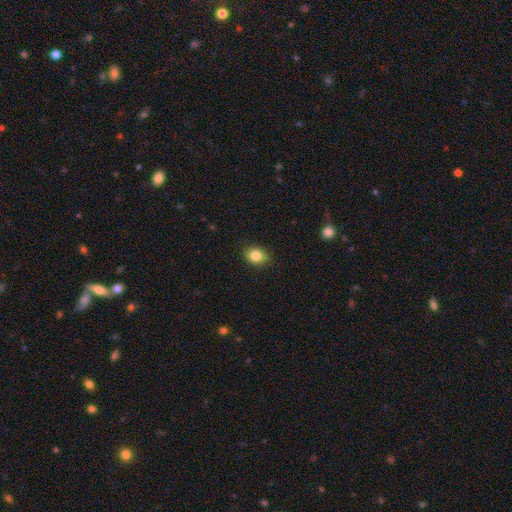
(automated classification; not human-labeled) Morphology: type=smooth (84%); roundness=in between (50%); merging=none (87%).